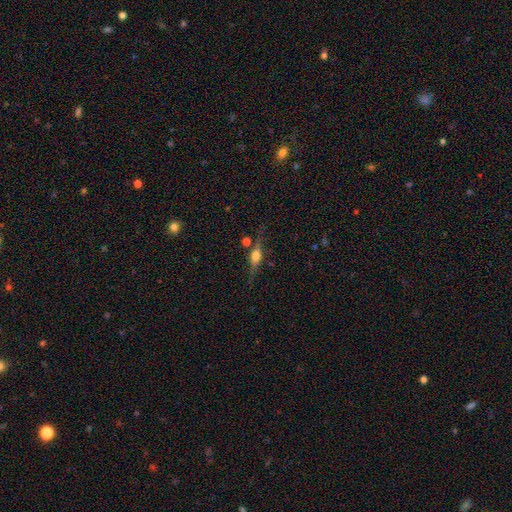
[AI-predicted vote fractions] featured or disk 61%, smooth 30%, star or artifact 9%. Down the decision tree: edge-on disk — yes (91%); edge-on bulge — rounded (90%); merging — none (71%).